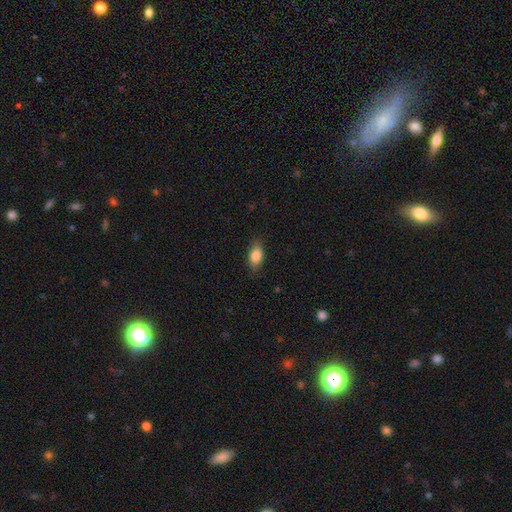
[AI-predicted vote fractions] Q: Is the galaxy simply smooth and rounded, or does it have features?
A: smooth — 84%.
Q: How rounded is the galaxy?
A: in between — 87%.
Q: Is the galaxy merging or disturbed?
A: none — 82%.